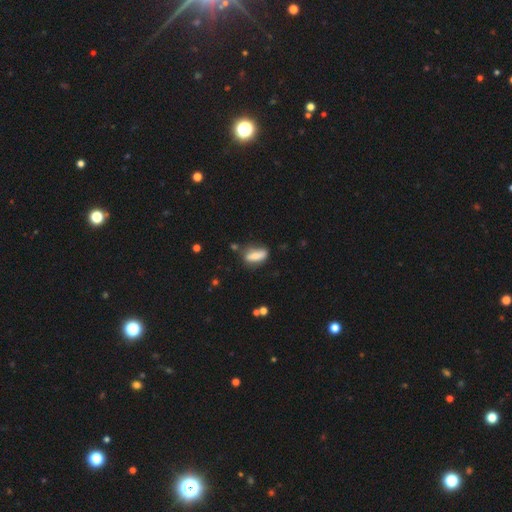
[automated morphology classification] A smooth galaxy with no disk features (70%) that is in between round and cigar-shaped (69%). Merging: none (56%).